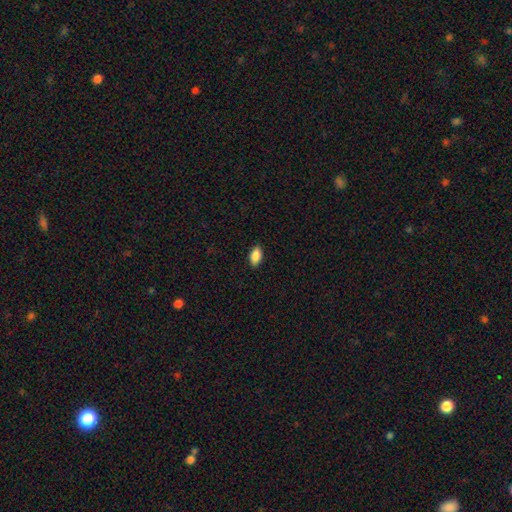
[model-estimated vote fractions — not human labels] A smooth galaxy with no disk features (88%) that is in between round and cigar-shaped (92%).

Vote fractions:
- Smooth or featured? smooth: 88% / star or artifact: 7% / featured or disk: 5%
- How rounded? in between: 92% / round: 5% / cigar-shaped: 3%
- Merging? none: 89% / minor disturbance: 8% / major disturbance: 2% / merger: 1%